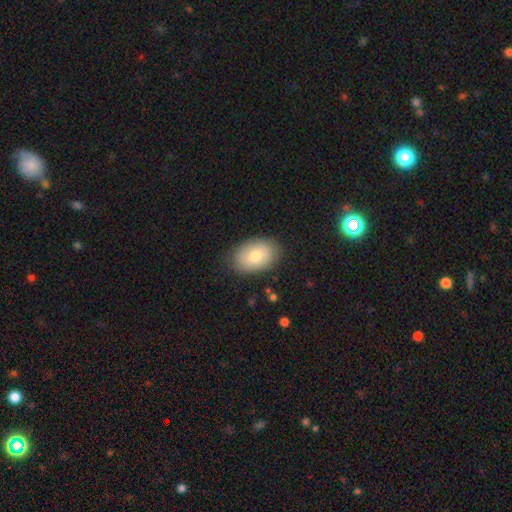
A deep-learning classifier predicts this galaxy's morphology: Smooth or featured? Predicted: smooth (p=0.76). How rounded? Predicted: in between (p=0.84). Merging? Predicted: none (p=0.84).